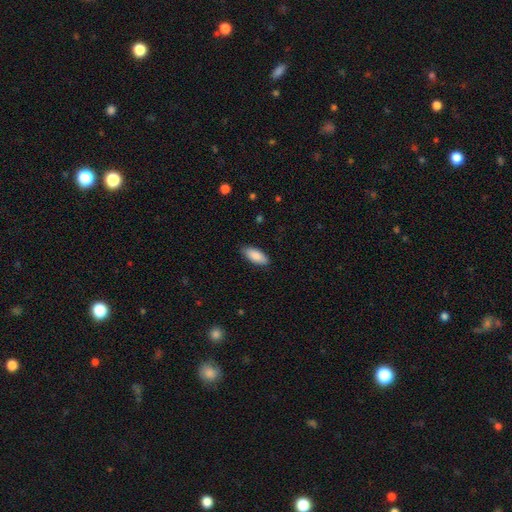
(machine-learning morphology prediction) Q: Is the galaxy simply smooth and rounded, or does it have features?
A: smooth — 87%.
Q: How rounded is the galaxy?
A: in between — 84%.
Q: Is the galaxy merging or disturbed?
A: none — 86%.